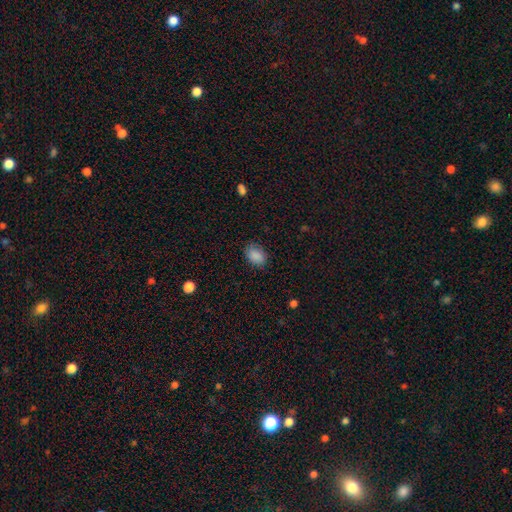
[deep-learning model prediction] The model was most divided on "how rounded": in between: 78%, round: 20%, cigar-shaped: 1%. More confident: smooth or featured — smooth (87%); merging — none (78%).